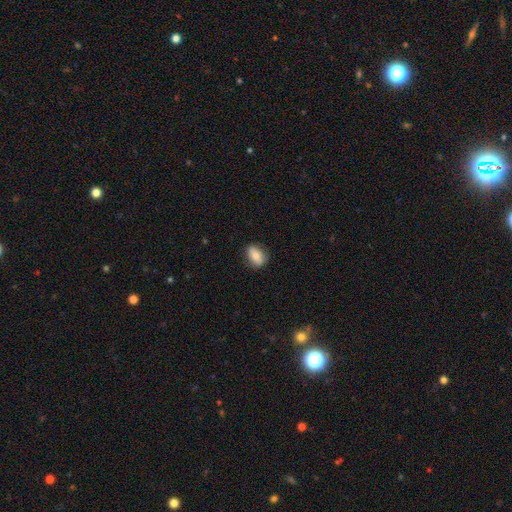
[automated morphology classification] type=smooth (73%); roundness=in between (78%); merging=none (80%).